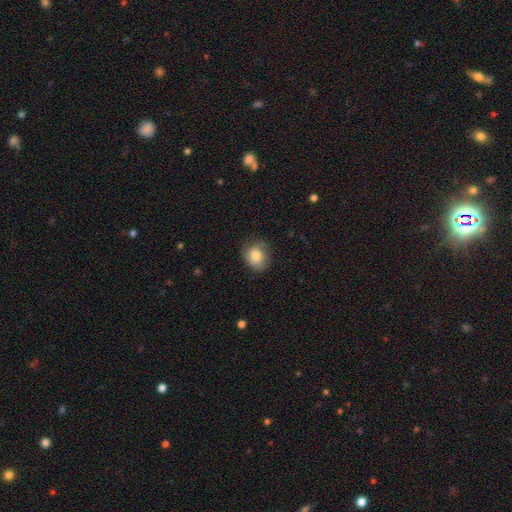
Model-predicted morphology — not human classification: This is clearly a smooth galaxy (81%). How rounded: likely round (61%). Merging: likely none (74%).